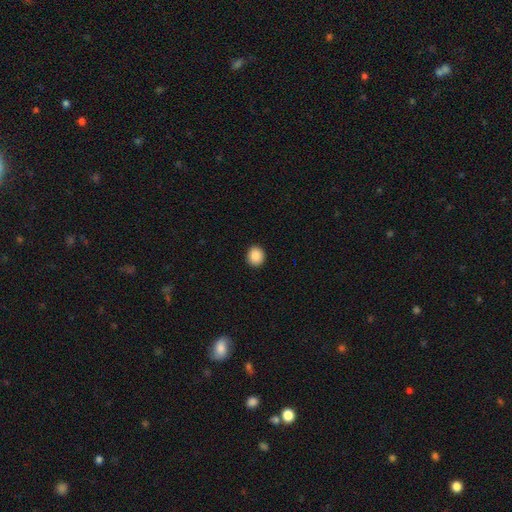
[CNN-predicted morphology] smooth_or_featured: smooth (p=0.89) [alt: star or artifact p=0.08]
how_rounded: round (p=0.78) [alt: in between p=0.21]
merging: none (p=0.92) [alt: minor disturbance p=0.05]